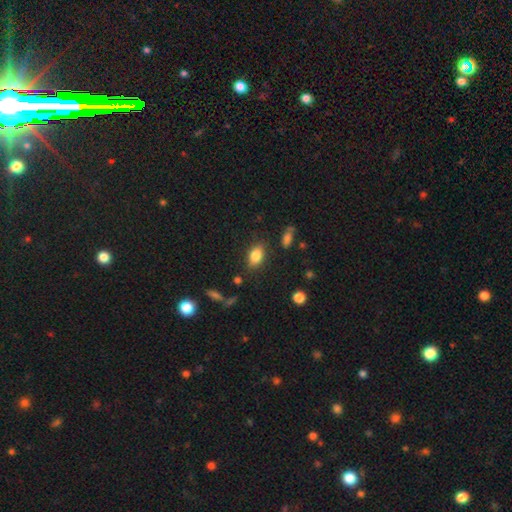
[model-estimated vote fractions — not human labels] Overall: smooth (83%). How rounded: in between (86%). Merging: none (80%).